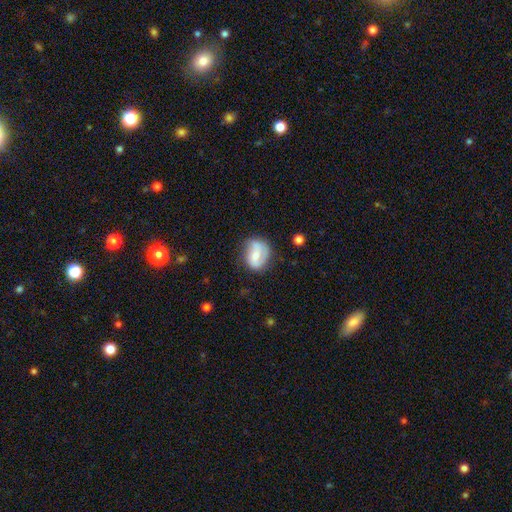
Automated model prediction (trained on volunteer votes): smooth_or_featured: smooth (p=0.49) [alt: featured or disk p=0.44]
merging: none (p=0.60) [alt: minor disturbance p=0.27]